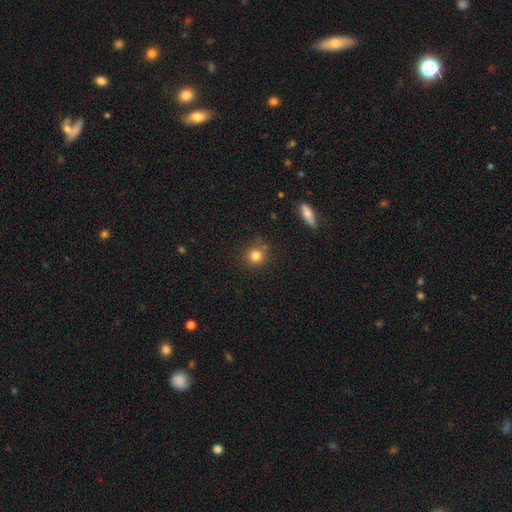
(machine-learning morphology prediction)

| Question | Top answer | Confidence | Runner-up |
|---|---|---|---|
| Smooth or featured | smooth | 82% | star or artifact (12%) |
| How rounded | round | 91% | in between (8%) |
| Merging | none | 80% | minor disturbance (12%) |